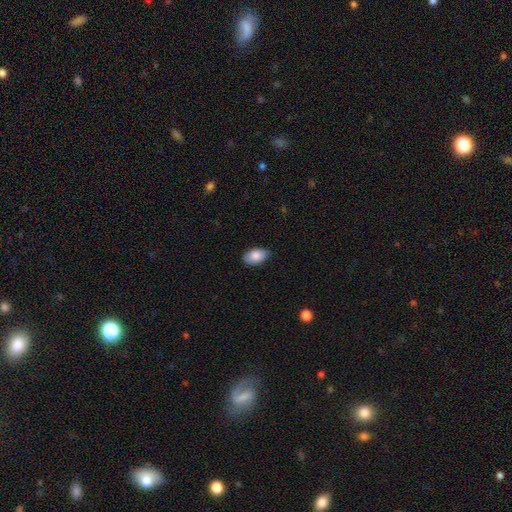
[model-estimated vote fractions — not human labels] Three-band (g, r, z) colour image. It shows a smooth galaxy with no disk features (85%) that is in between round and cigar-shaped (93%). Merging: none (86%).